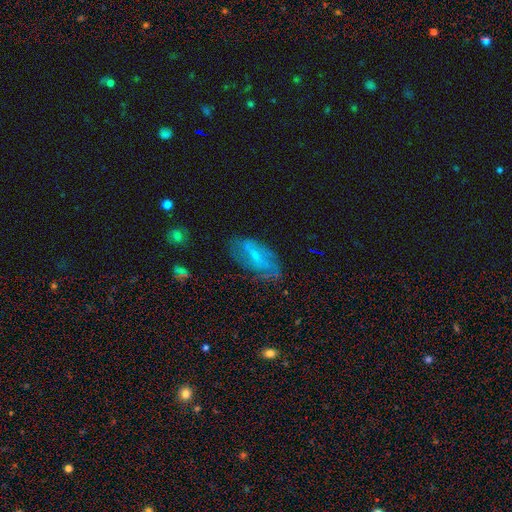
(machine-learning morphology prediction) This is possibly a featured or disk galaxy (60%). It is clearly not viewed edge-on (89%). Bar: possibly weak (46%). Spiral arm pattern: likely yes (70%). Central bulge: likely small (65%). Merging: likely none (65%).